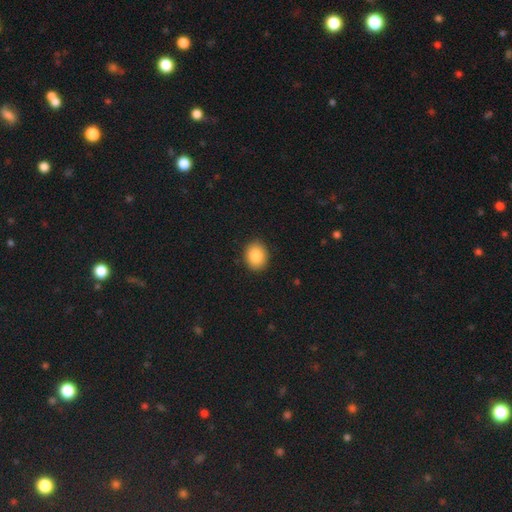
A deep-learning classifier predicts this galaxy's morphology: Smooth or featured? smooth (85%)
How rounded? round (60%)
Merging? none (90%)